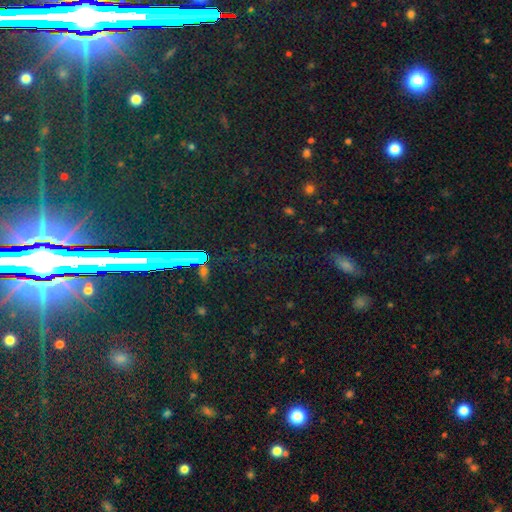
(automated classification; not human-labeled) smooth_or_featured: star or artifact (p=0.74) [alt: smooth p=0.14]